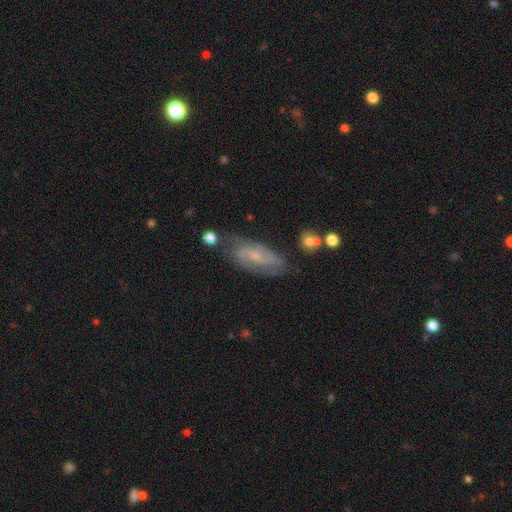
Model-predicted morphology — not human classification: This is likely a featured or disk galaxy (64%). It is clearly not viewed edge-on (89%). Bar: possibly no (53%). Spiral arm pattern: clearly yes (84%). Central bulge: likely small (69%). Merging: likely none (65%).